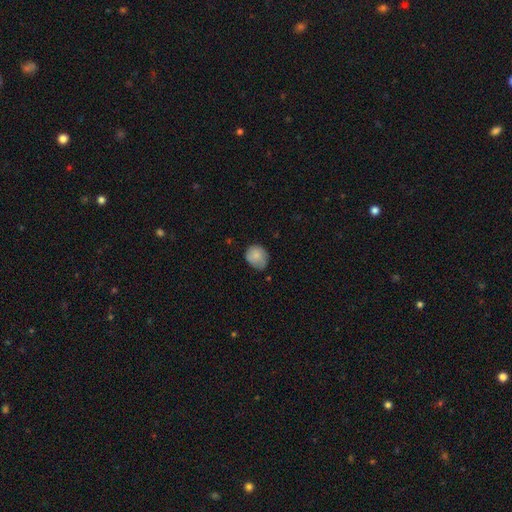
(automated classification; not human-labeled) Smooth or featured? Predicted: smooth (p=0.81). How rounded? Predicted: round (p=0.64). Merging? Predicted: none (p=0.58).